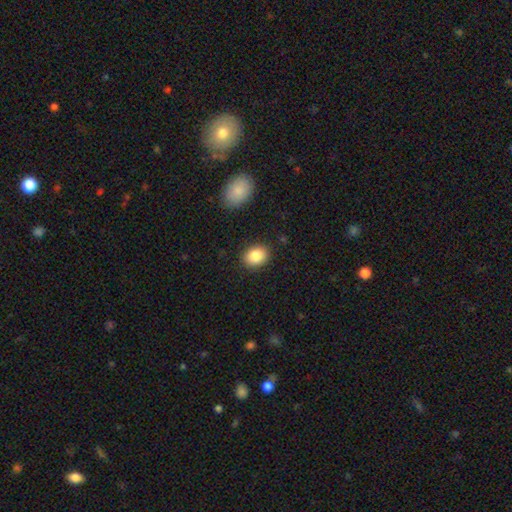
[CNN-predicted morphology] Overall: smooth (85%). How rounded: in between (57%; round 42%). Merging: none (88%).